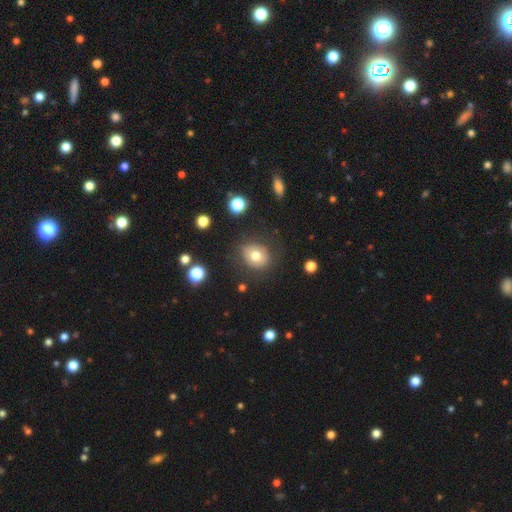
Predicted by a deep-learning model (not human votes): Morphology: type=smooth (72%); roundness=round (69%); merging=none (74%).